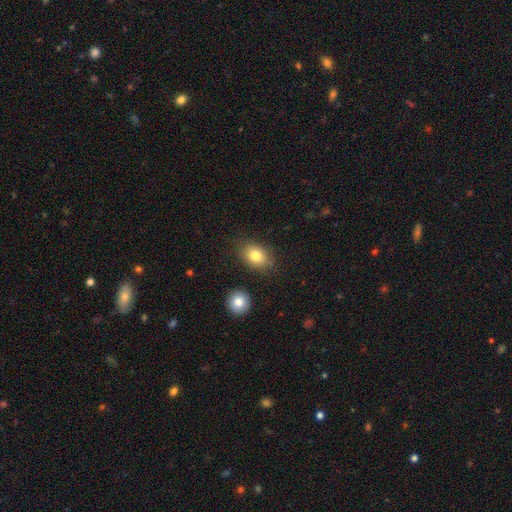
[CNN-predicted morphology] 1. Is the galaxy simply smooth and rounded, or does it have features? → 81% smooth, 10% featured or disk, 9% star or artifact.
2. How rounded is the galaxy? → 71% in between, 28% round, 1% cigar-shaped.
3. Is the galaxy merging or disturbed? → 81% none, 12% minor disturbance, 4% merger, 3% major disturbance.